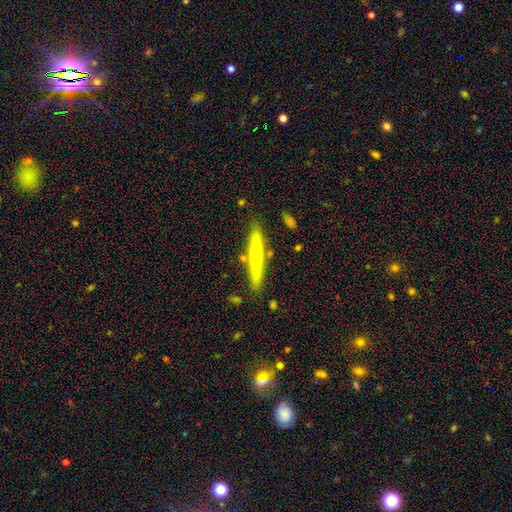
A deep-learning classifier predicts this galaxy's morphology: Overall: smooth (58%; featured or disk 36%). How rounded: cigar-shaped (95%). Merging: none (86%).